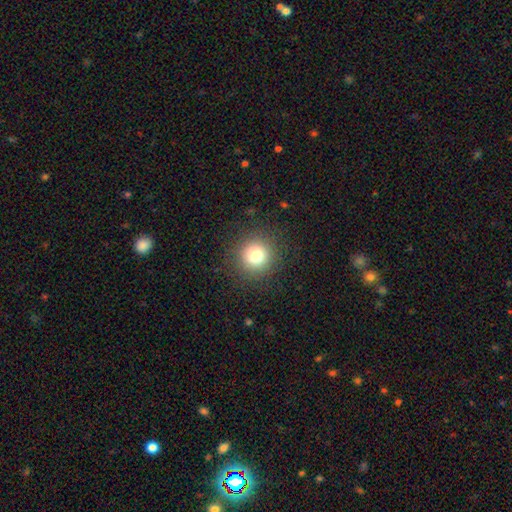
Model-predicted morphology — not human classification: Overall: smooth (79%). How rounded: round (94%). Merging: none (89%).